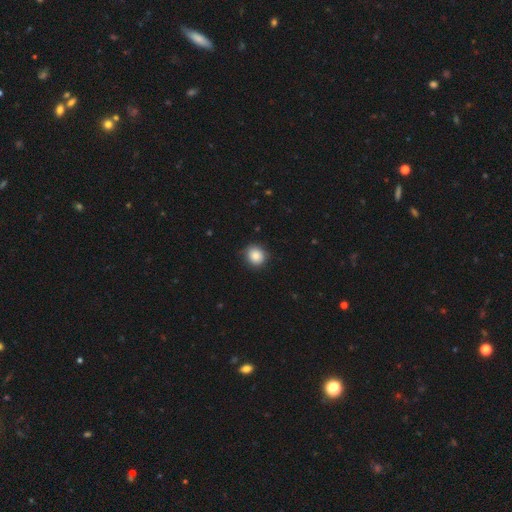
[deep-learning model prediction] A smooth galaxy with no disk features (85%) that is round (83%).

Vote fractions:
- Smooth or featured? smooth: 85% / star or artifact: 9% / featured or disk: 6%
- How rounded? round: 83% / in between: 16% / cigar-shaped: 1%
- Merging? none: 83% / minor disturbance: 14% / major disturbance: 3% / merger: 1%